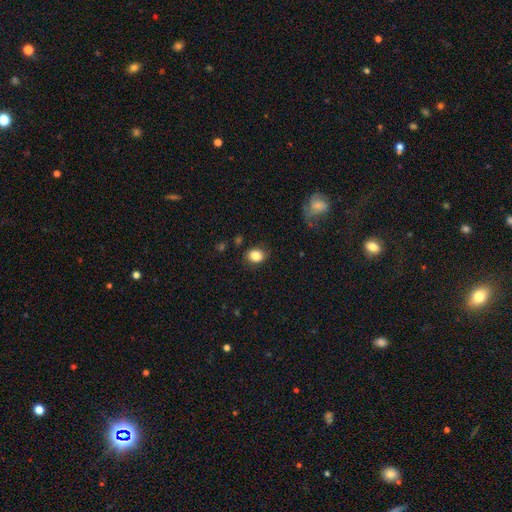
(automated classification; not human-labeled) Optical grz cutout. It shows a smooth galaxy with no disk features (84%) that is in between round and cigar-shaped (56%). Merging: none (84%).